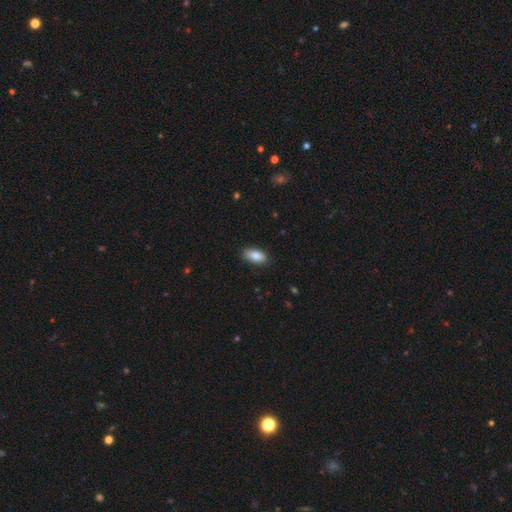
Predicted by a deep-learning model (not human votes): A smooth galaxy with no disk features (83%) that is in between round and cigar-shaped (92%). Merging: none (86%).